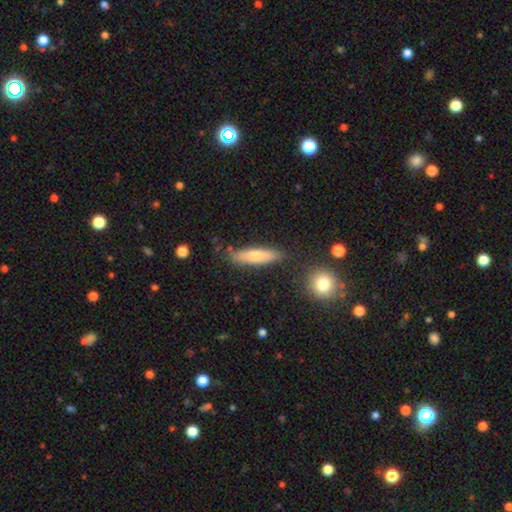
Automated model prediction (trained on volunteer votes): A smooth galaxy with no disk features (68%) that is cigar-shaped (65%).

Vote fractions:
- Smooth or featured? smooth: 68% / featured or disk: 26% / star or artifact: 6%
- How rounded? cigar-shaped: 65% / in between: 33% / round: 2%
- Merging? none: 78% / minor disturbance: 14% / merger: 5% / major disturbance: 3%